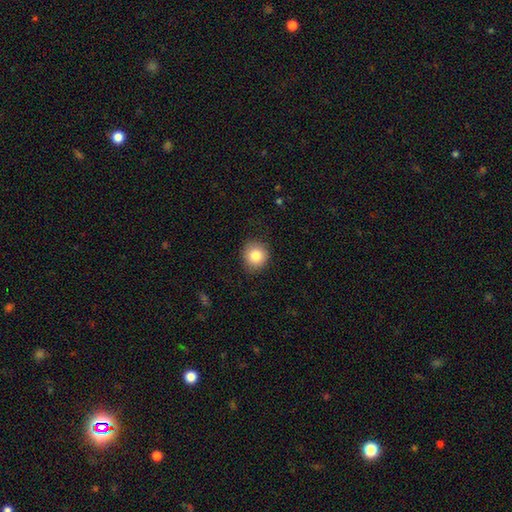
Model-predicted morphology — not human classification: Q: Smooth or featured?
A: smooth (83%); runner-up: star or artifact (9%)
Q: How rounded?
A: round (88%); runner-up: in between (11%)
Q: Merging?
A: none (87%); runner-up: minor disturbance (9%)